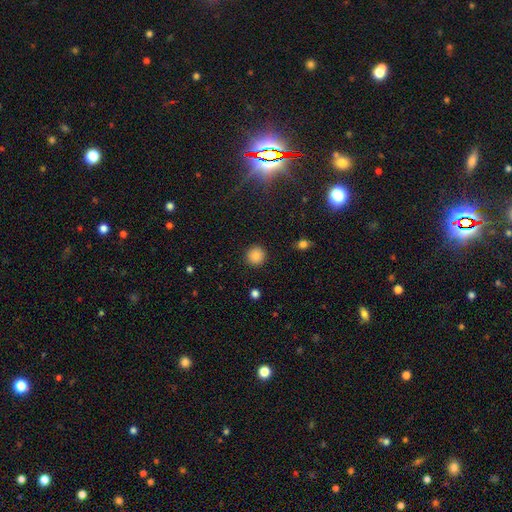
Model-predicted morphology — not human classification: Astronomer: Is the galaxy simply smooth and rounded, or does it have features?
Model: smooth — 85%.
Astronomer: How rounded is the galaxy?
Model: round — 95%.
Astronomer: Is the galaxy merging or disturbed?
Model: none — 92%.